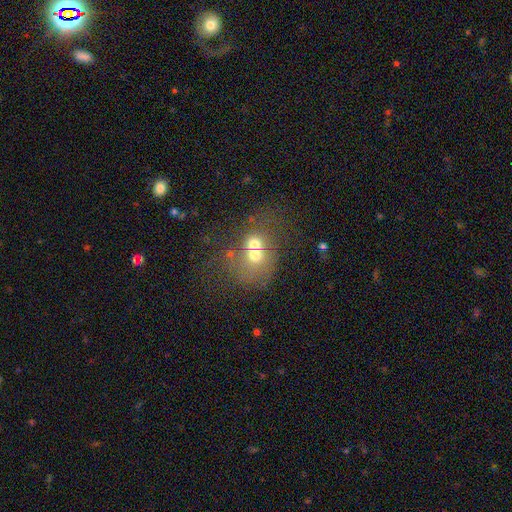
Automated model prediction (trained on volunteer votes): smooth-or-featured: smooth: 60% | featured or disk: 26% | star or artifact: 15%
  how-rounded: round: 66% | in between: 33% | cigar-shaped: 1%
  merging: merger: 65% | none: 21% | minor disturbance: 7% | major disturbance: 7%